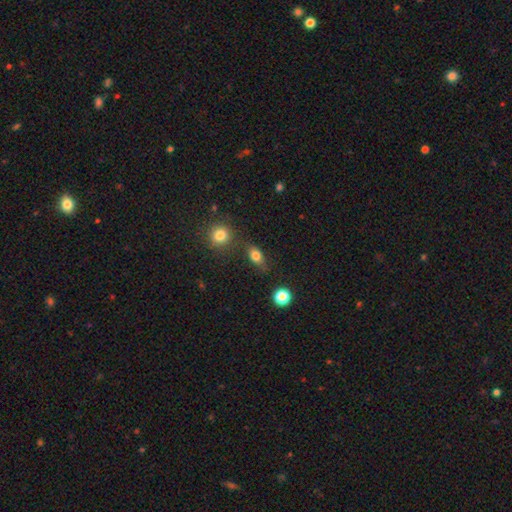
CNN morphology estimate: A smooth galaxy with no disk features (79%) that is in between round and cigar-shaped (72%).

Vote fractions:
- Smooth or featured? smooth: 79% / star or artifact: 11% / featured or disk: 10%
- How rounded? in between: 72% / round: 22% / cigar-shaped: 5%
- Merging? none: 73% / minor disturbance: 16% / merger: 7% / major disturbance: 5%